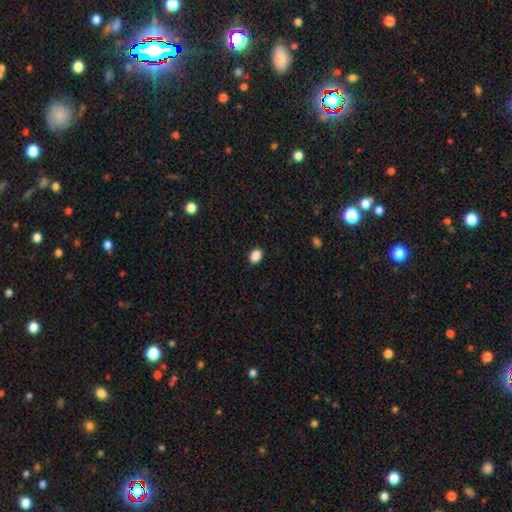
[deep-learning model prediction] Overall: smooth (88%). How rounded: in between (60%; round 39%). Merging: none (90%).